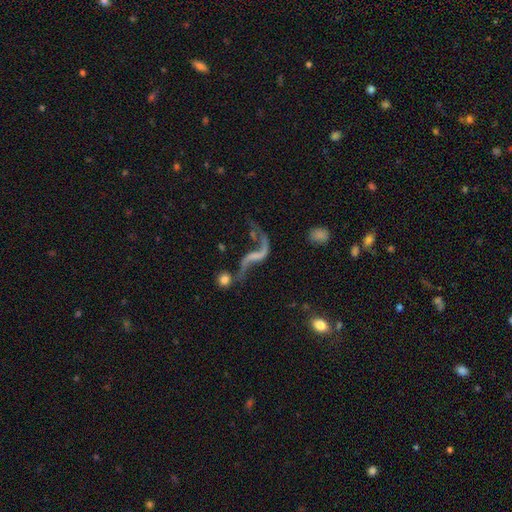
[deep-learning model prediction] A featured or disk galaxy (85%) with no bar (45%), 2 (89%) loose (94%) spiral arms (92%) and no central bulge (55%).

Vote fractions:
- Smooth or featured? featured or disk: 85% / star or artifact: 7% / smooth: 7%
- Edge-on disk? no: 95% / yes: 5%
- Bar? no: 45% / weak: 34% / strong: 21%
- Spiral arms? yes: 92% / no: 8%
- Spiral winding? loose: 94% / medium: 4% / tight: 2%
- Spiral arm count? 2: 89% / 1: 6% / can't tell: 1% / 3: 1% / 4: 1% / more than 4: 1%
- Bulge size? none: 55% / small: 29% / moderate: 11% / large: 3% / dominant: 2%
- Merging? none: 46% / major disturbance: 22% / minor disturbance: 16% / merger: 16%